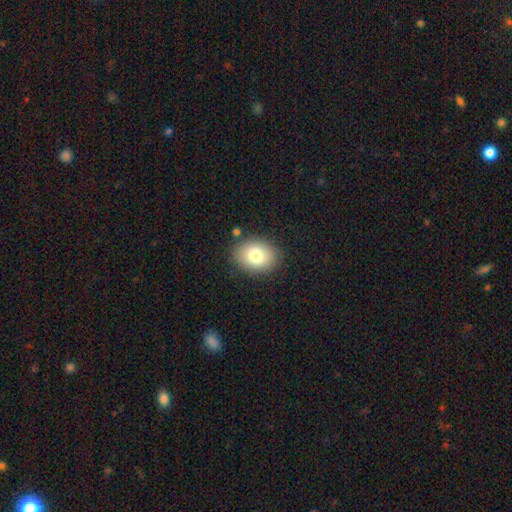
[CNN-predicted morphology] This appears to be a smooth galaxy with no disk features (78%) that is in between round and cigar-shaped (61%). Merging: none (85%).